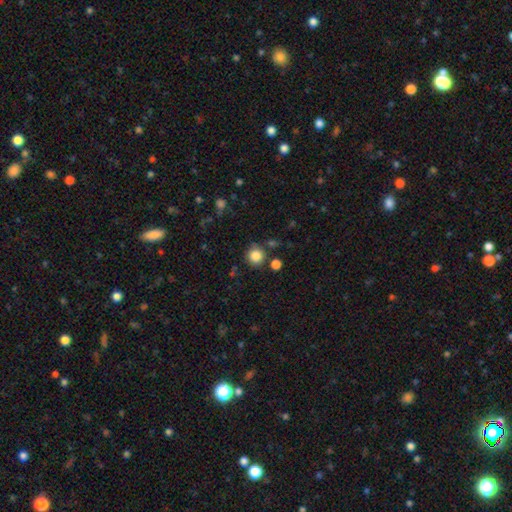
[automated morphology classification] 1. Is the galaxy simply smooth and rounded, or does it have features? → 85% smooth, 11% star or artifact, 4% featured or disk.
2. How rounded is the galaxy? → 93% round, 7% in between, 1% cigar-shaped.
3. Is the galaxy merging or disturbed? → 80% none, 10% minor disturbance, 7% merger, 3% major disturbance.